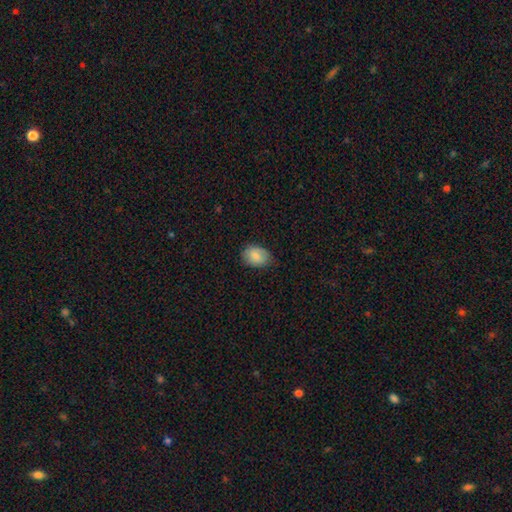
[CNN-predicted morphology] This is clearly a smooth galaxy (82%). How rounded: likely in between (77%). Merging: likely none (73%).